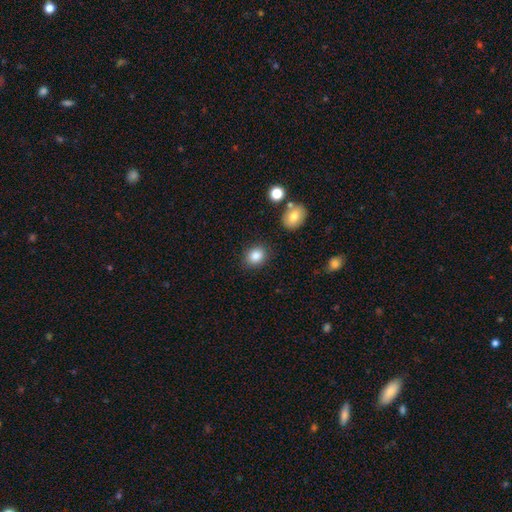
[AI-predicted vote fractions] smooth-or-featured: smooth: 86% | star or artifact: 9% | featured or disk: 5%
  how-rounded: round: 56% | in between: 43% | cigar-shaped: 1%
  merging: none: 84% | minor disturbance: 10% | merger: 3% | major disturbance: 3%